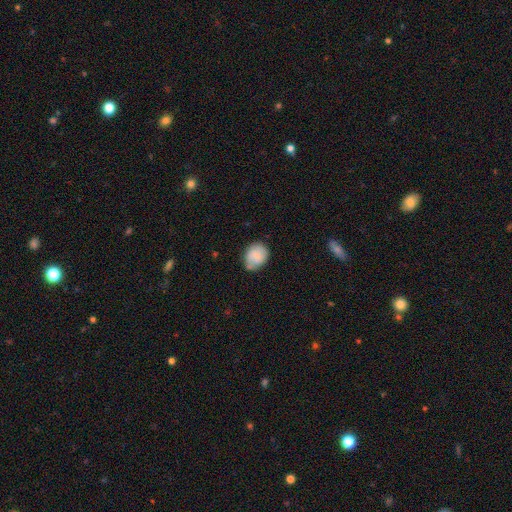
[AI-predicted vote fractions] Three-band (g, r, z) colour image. It shows a smooth galaxy with no disk features (76%) that is round (50%). Merging: none (59%).